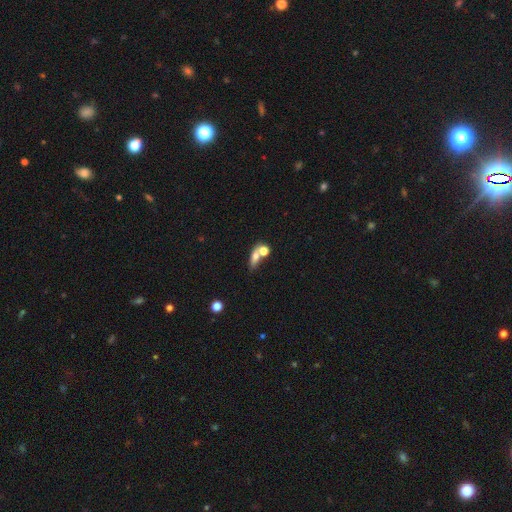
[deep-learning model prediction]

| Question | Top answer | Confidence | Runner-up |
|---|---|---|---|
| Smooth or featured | smooth | 67% | featured or disk (21%) |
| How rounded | in between | 53% | round (27%) |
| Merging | merger | 42% | none (40%) |